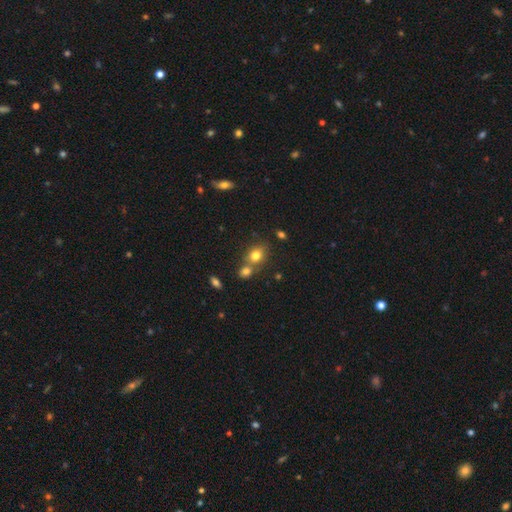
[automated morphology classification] This appears to be a smooth galaxy with no disk features (77%) that is round (53%). Merging: none (52%).